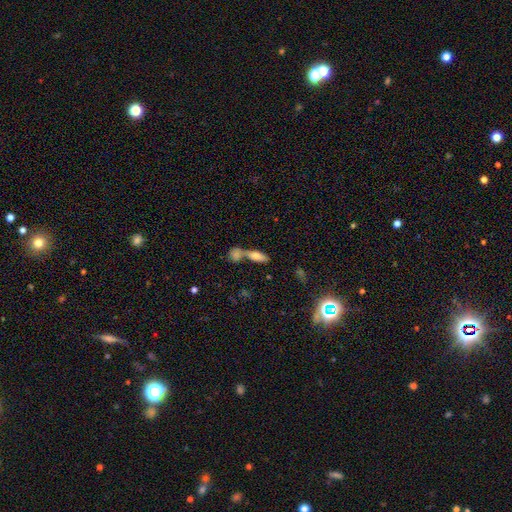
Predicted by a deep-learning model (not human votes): The model was most divided on "merging": merger: 53%, none: 34%, minor disturbance: 8%, major disturbance: 4%. More confident: smooth or featured — smooth (69%); how rounded — in between (64%).